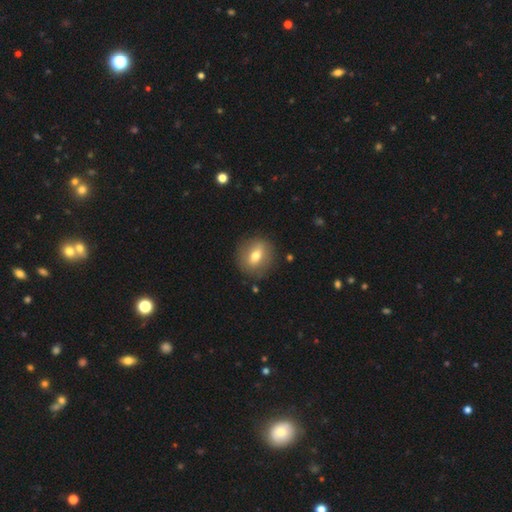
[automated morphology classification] Smooth or featured? Predicted: smooth (p=0.64). How rounded? Predicted: round (p=0.64). Merging? Predicted: none (p=0.85).